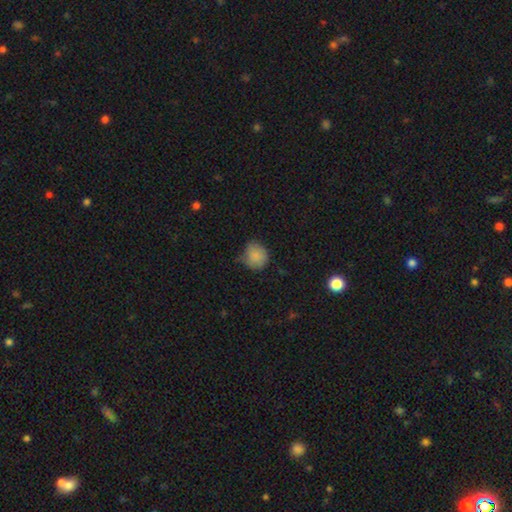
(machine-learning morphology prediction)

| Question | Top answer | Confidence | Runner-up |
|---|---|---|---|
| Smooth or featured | smooth | 84% | star or artifact (9%) |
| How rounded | round | 77% | in between (22%) |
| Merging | none | 54% | minor disturbance (36%) |